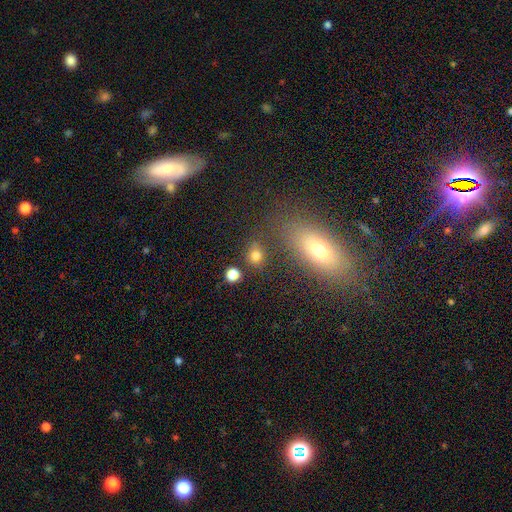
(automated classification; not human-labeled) This appears to be a smooth galaxy with no disk features (79%) that is round (74%). Merging: none (76%).